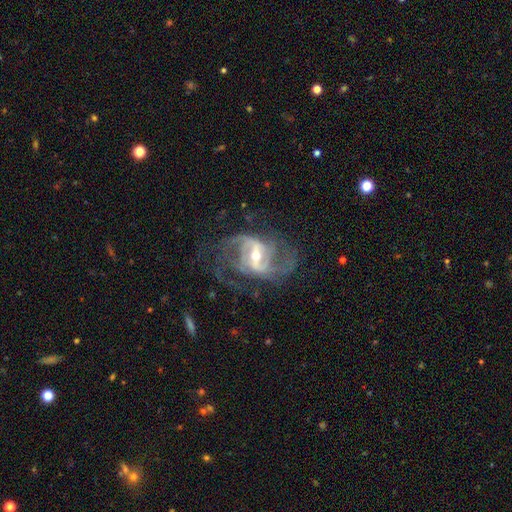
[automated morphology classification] Smooth or featured?
  - featured or disk: 91% *
  - star or artifact: 5%
  - smooth: 4%
Edge-on disk?
  - no: 97% *
  - yes: 3%
Bar?
  - strong: 55% *
  - weak: 36%
  - no: 9%
Spiral arms?
  - yes: 97% *
  - no: 3%
Spiral winding?
  - medium: 50% *
  - loose: 33%
  - tight: 17%
Spiral arm count?
  - 2: 62% *
  - 3: 14%
  - can't tell: 11%
  - 4: 5%
  - 1: 4%
  - more than 4: 4%
Bulge size?
  - moderate: 52% *
  - small: 43%
  - large: 3%
  - none: 1%
  - dominant: 1%
Merging?
  - none: 61% *
  - major disturbance: 20%
  - minor disturbance: 17%
  - merger: 2%